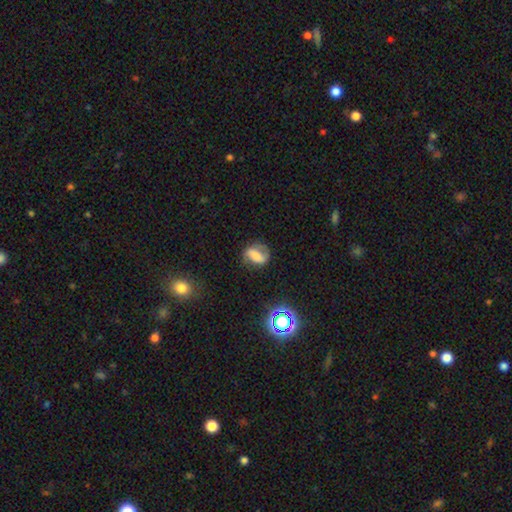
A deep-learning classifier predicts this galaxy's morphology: Overall: featured or disk (49%; smooth 39%). Merging: none (68%).